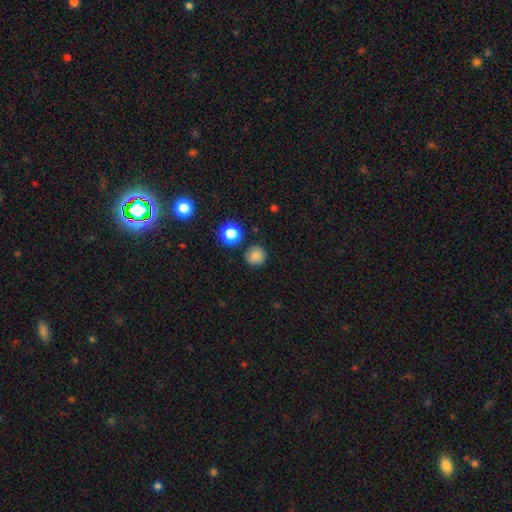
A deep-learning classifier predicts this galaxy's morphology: The model was most divided on "smooth or featured": smooth: 83%, star or artifact: 12%, featured or disk: 5%. More confident: how rounded — round (94%); merging — none (86%).